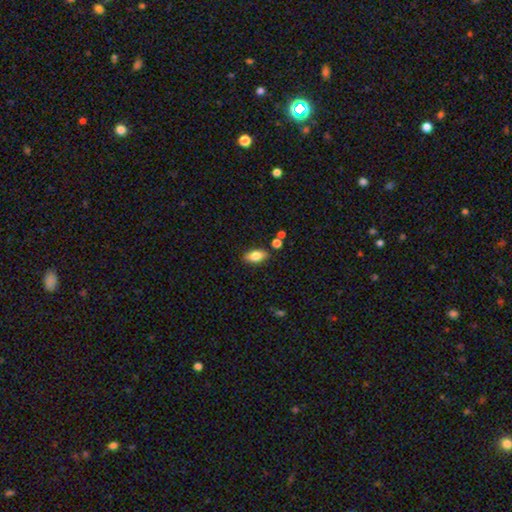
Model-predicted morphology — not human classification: smooth 80%, featured or disk 13%, star or artifact 8%. Down the decision tree: how rounded — in between (88%); merging — none (82%).